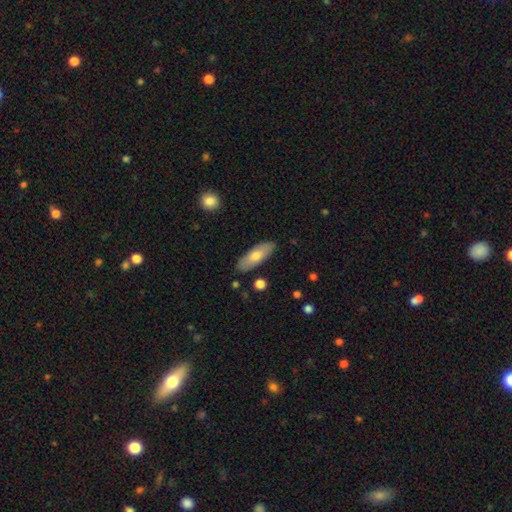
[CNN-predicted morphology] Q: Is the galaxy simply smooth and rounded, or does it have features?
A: smooth — 69%.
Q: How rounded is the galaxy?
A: in between — 64%.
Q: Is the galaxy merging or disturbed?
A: none — 87%.